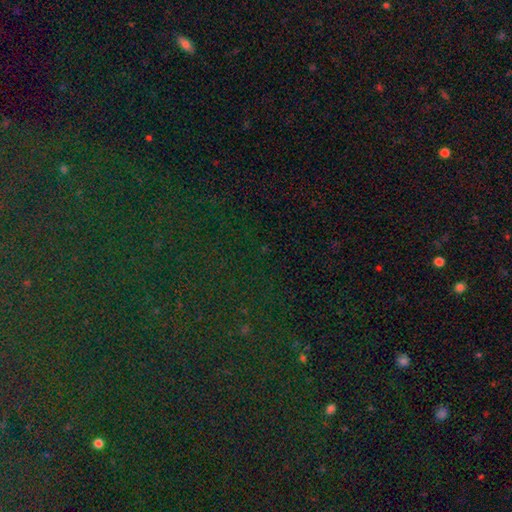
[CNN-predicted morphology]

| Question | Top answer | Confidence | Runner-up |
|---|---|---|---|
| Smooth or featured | star or artifact | 83% | smooth (10%) |